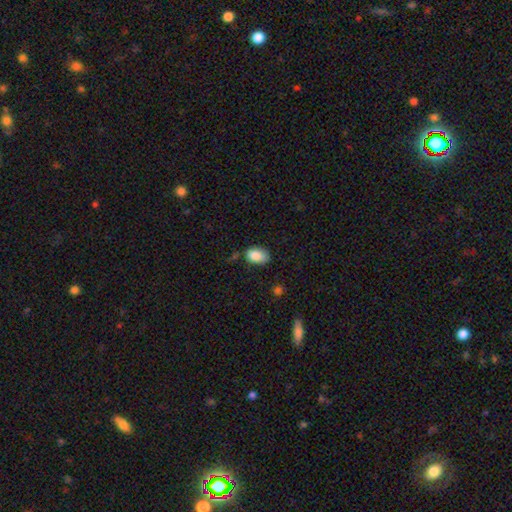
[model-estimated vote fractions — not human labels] smooth-or-featured: smooth: 87% | star or artifact: 8% | featured or disk: 5%
  how-rounded: in between: 90% | round: 8% | cigar-shaped: 1%
  merging: none: 65% | minor disturbance: 26% | major disturbance: 5% | merger: 4%